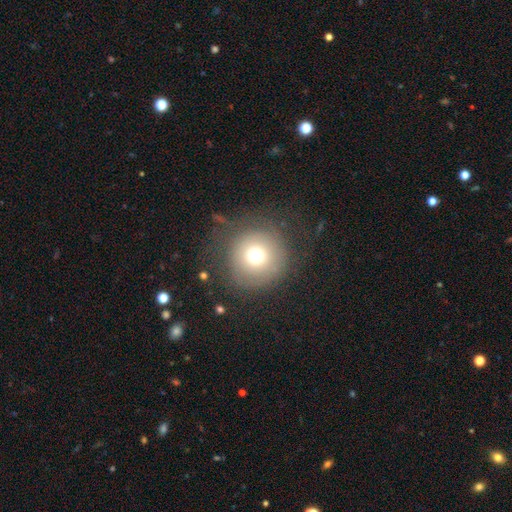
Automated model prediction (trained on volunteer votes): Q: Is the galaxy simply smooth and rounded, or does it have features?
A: smooth — 70%.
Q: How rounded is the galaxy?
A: round — 96%.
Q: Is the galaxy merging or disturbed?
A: none — 74%.